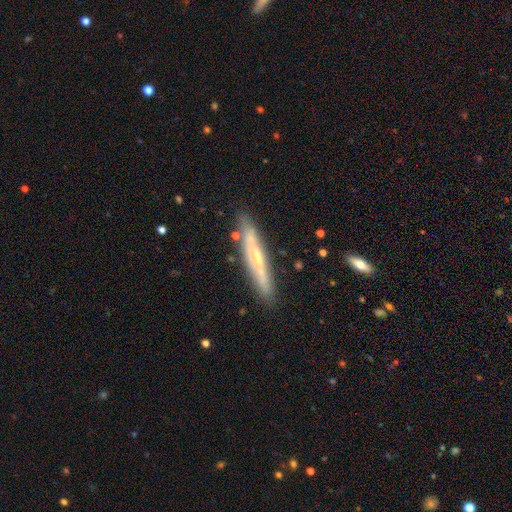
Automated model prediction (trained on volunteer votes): smooth-or-featured: featured or disk: 58% | smooth: 35% | star or artifact: 7%
  disk-edge-on: yes: 80% | no: 20%
  merging: none: 81% | minor disturbance: 14% | merger: 3% | major disturbance: 3%